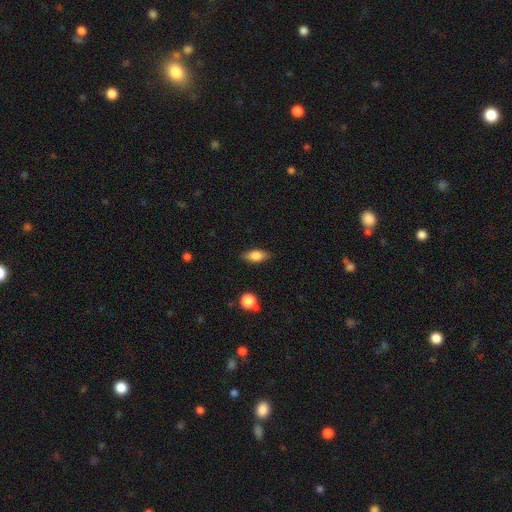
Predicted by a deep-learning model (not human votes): Morphology: type=smooth (75%); roundness=in between (81%); merging=none (83%).